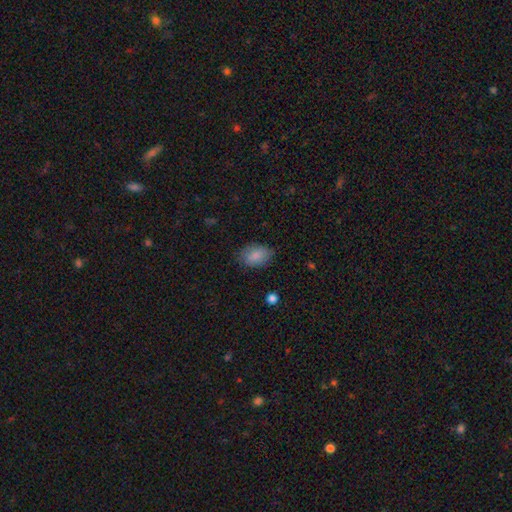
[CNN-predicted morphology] Smooth or featured?
  - smooth: 86% *
  - star or artifact: 7%
  - featured or disk: 6%
How rounded?
  - in between: 87% *
  - round: 12%
  - cigar-shaped: 1%
Merging?
  - none: 77% *
  - minor disturbance: 17%
  - major disturbance: 5%
  - merger: 1%